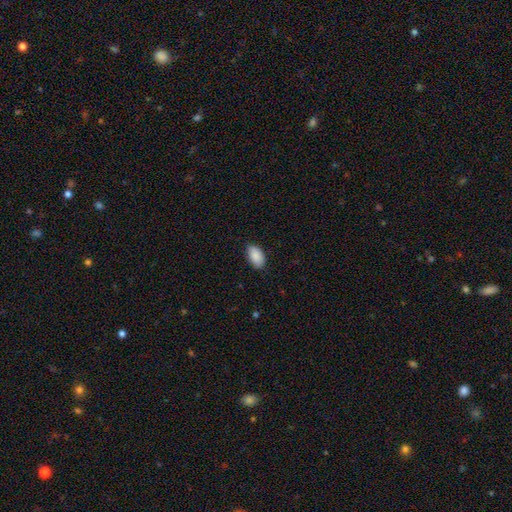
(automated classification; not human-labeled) A smooth galaxy with no disk features (89%) that is in between round and cigar-shaped (94%). Merging: none (80%).